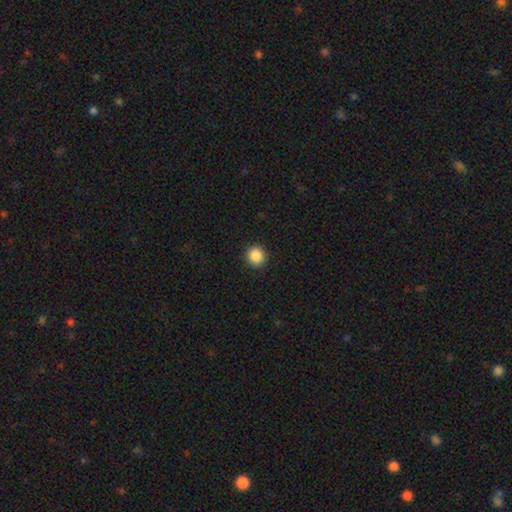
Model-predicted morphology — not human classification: type=smooth (88%); roundness=round (91%); merging=none (92%).